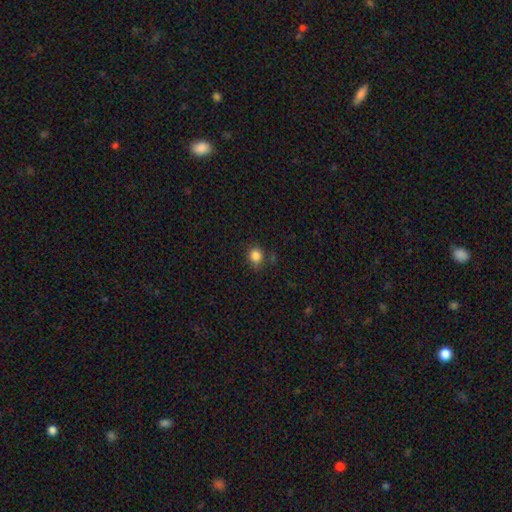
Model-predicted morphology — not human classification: The model was most divided on "merging": none: 73%, minor disturbance: 18%, major disturbance: 5%, merger: 4%. More confident: smooth or featured — smooth (84%); how rounded — round (78%).